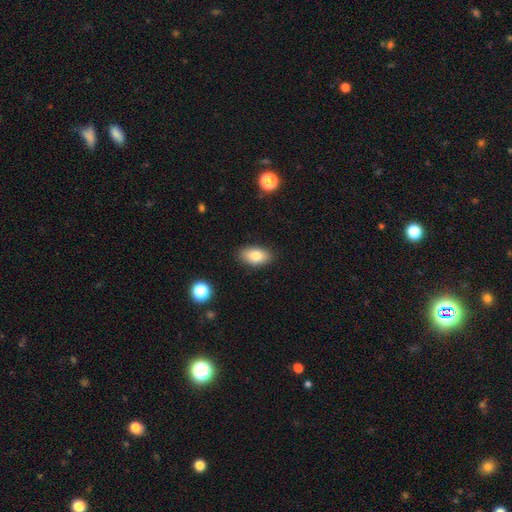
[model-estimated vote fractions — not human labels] The model was most divided on "smooth or featured": smooth: 81%, featured or disk: 11%, star or artifact: 8%. More confident: how rounded — in between (92%); merging — none (87%).